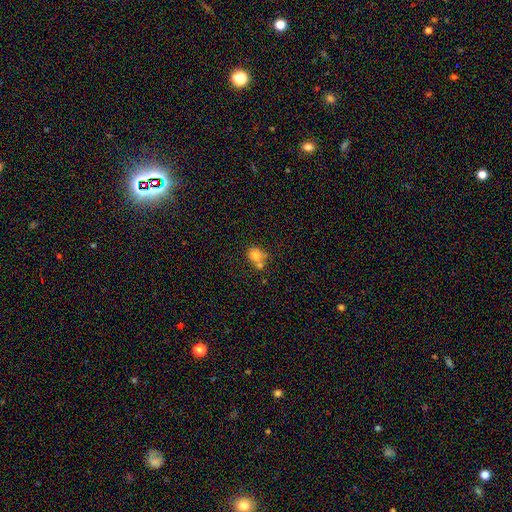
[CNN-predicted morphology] This is likely a smooth galaxy (77%). How rounded: likely round (75%). Merging: marginally none (43%).